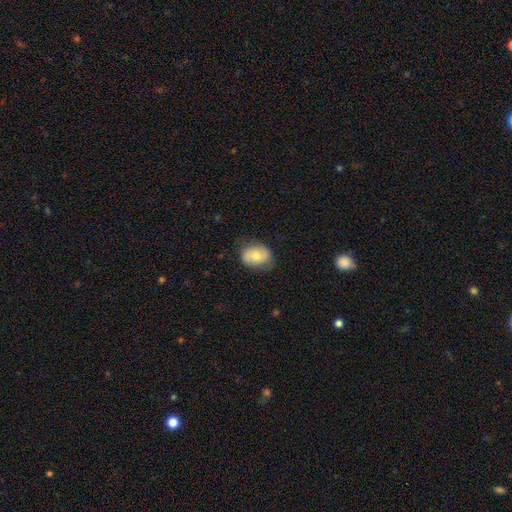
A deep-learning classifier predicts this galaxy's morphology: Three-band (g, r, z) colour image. It shows a smooth galaxy with no disk features (62%) that is in between round and cigar-shaped (70%). Merging: none (73%).